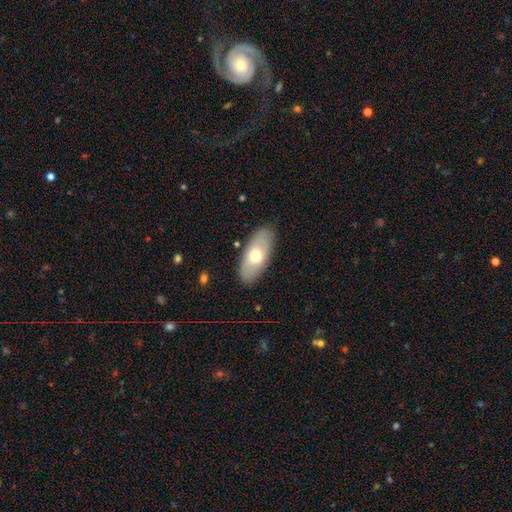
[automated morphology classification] Smooth or featured: smooth — 61% (featured or disk — 33%)
How rounded: in between — 88% (cigar-shaped — 9%)
Merging: none — 85% (minor disturbance — 11%)